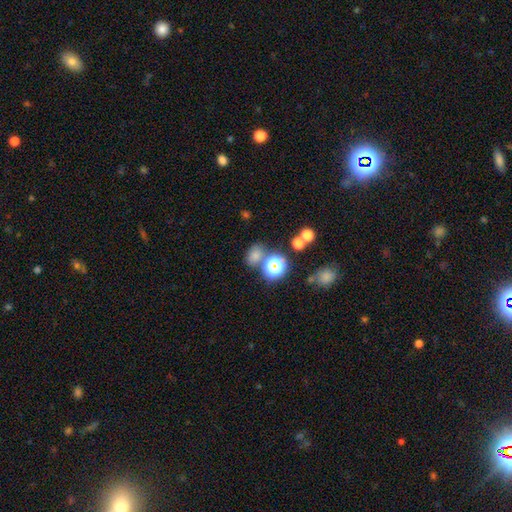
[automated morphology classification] Smooth or featured? smooth (68%)
How rounded? in between (56%)
Merging? none (67%)